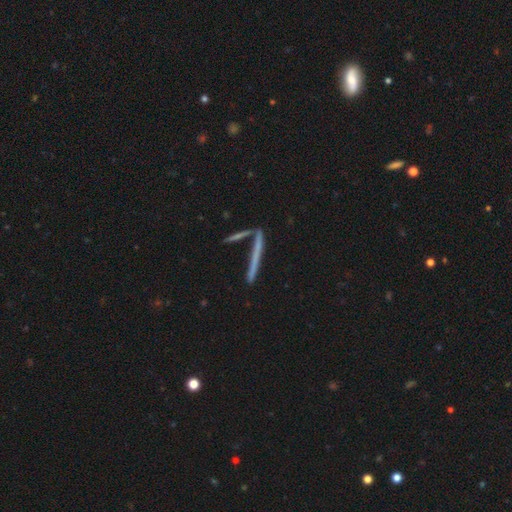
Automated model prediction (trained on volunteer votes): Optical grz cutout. It shows a featured or disk galaxy (46%). Merging: none (68%).